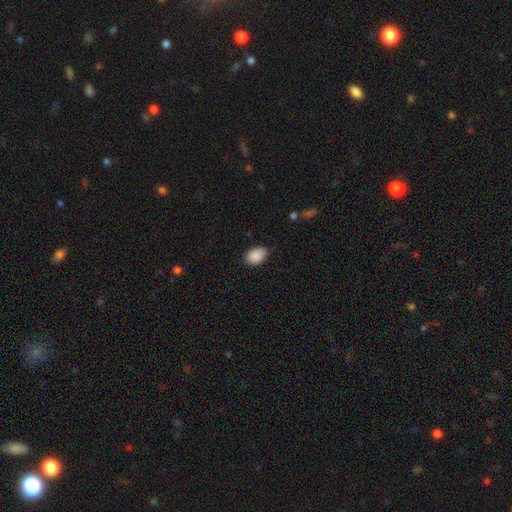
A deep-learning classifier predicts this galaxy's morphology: A smooth galaxy with no disk features (89%) that is in between round and cigar-shaped (83%). Merging: none (72%).